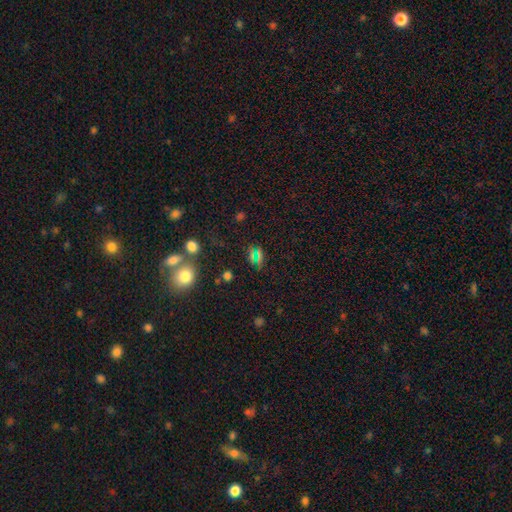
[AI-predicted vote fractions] A star or artifact, not a galaxy (46%).

Vote fractions:
- Smooth or featured? star or artifact: 46% / smooth: 43% / featured or disk: 10%